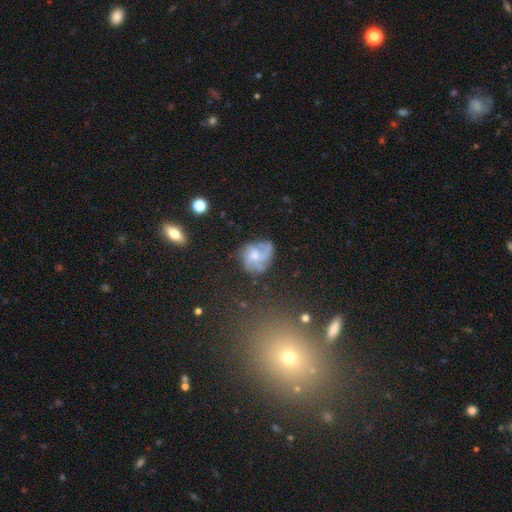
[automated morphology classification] This is likely a featured or disk galaxy (69%). It is clearly not viewed edge-on (98%). Bar: likely no (68%). Spiral arm pattern: clearly yes (87%). Spiral arm count: marginally 3 (34%). Spiral winding: possibly medium (45%). Central bulge: marginally moderate (43%). Merging: possibly none (57%).